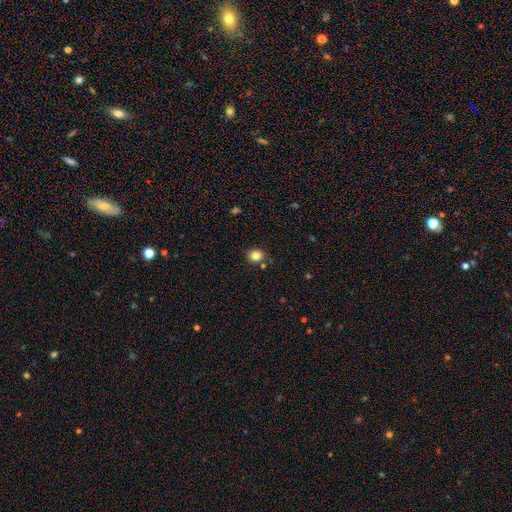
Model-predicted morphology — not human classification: type=smooth (82%); roundness=round (72%); merging=none (82%).